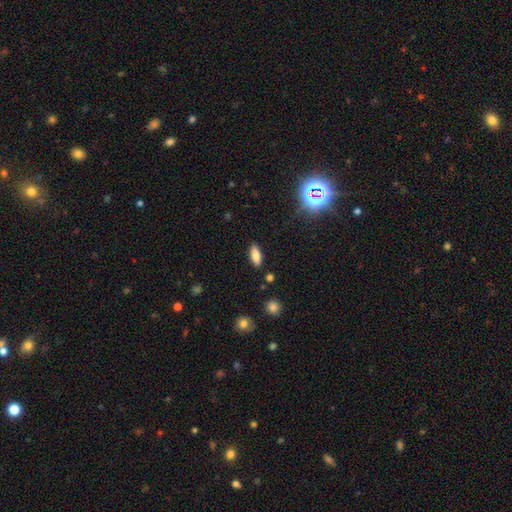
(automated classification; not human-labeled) smooth 79%, featured or disk 11%, star or artifact 10%. Down the decision tree: how rounded — in between (75%); merging — none (87%).